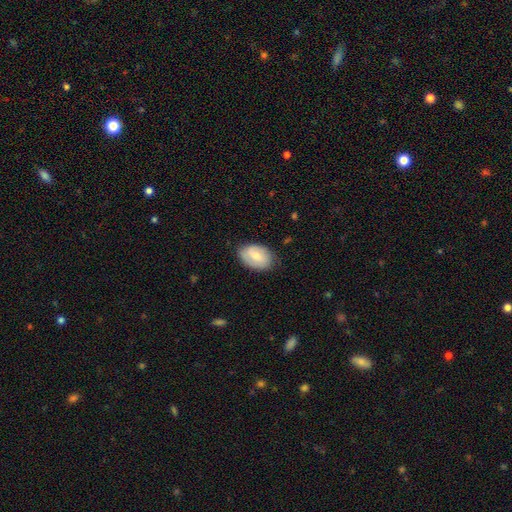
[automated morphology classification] smooth_or_featured: smooth (p=0.63) [alt: featured or disk p=0.31]
how_rounded: in between (p=0.86) [alt: round p=0.13]
merging: none (p=0.77) [alt: minor disturbance p=0.19]